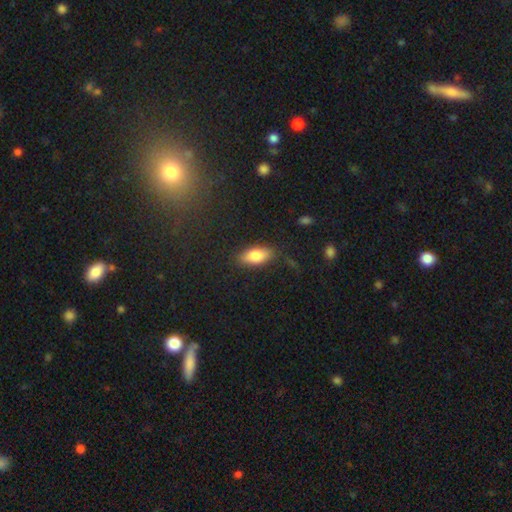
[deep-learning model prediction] Smooth or featured?
  - smooth: 79% *
  - featured or disk: 14%
  - star or artifact: 7%
How rounded?
  - in between: 84% *
  - cigar-shaped: 12%
  - round: 4%
Merging?
  - none: 81% *
  - minor disturbance: 13%
  - major disturbance: 4%
  - merger: 2%